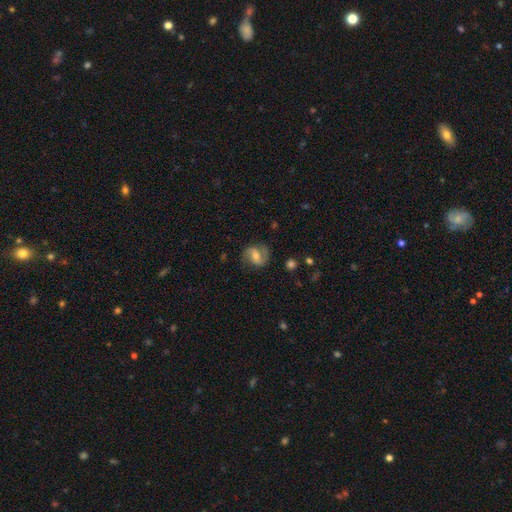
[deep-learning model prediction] This appears to be a featured or disk galaxy (69%) with a weak bar (45%), 2 (89%) medium (47%) spiral arms (91%) and a moderate central bulge (62%). Merging: none (78%).